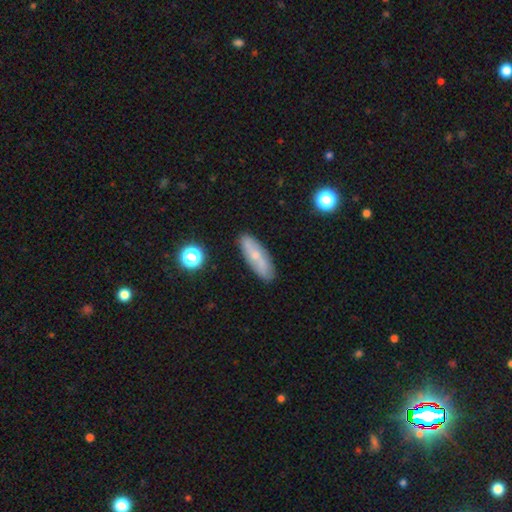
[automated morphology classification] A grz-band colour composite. It shows a smooth galaxy with no disk features (56%) that is in between round and cigar-shaped (50%). Merging: none (84%).